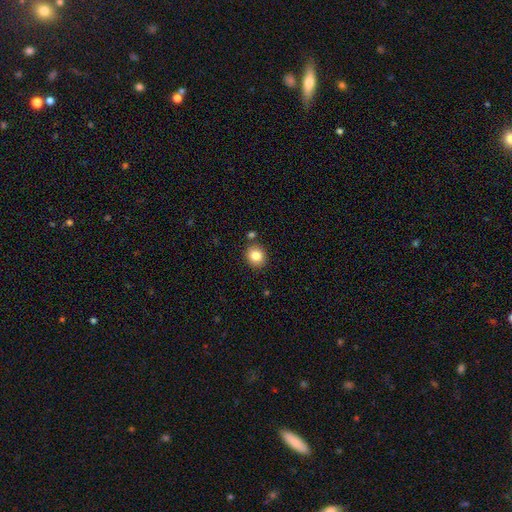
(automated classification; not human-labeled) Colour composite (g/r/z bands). It shows a smooth galaxy with no disk features (84%) that is round (76%). Merging: none (84%).